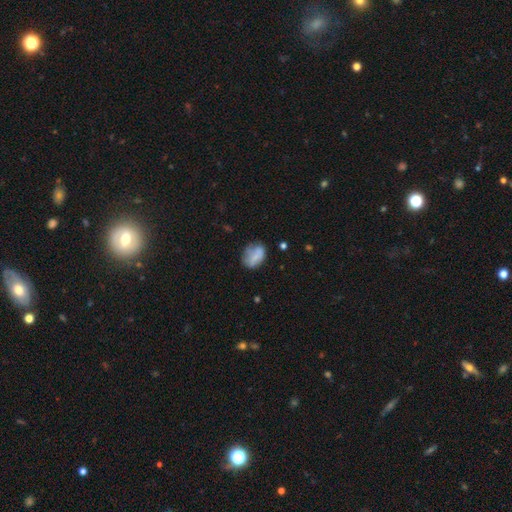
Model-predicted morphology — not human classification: Smooth or featured: smooth — 69% (featured or disk — 22%)
How rounded: in between — 71% (round — 27%)
Merging: none — 48% (minor disturbance — 30%)